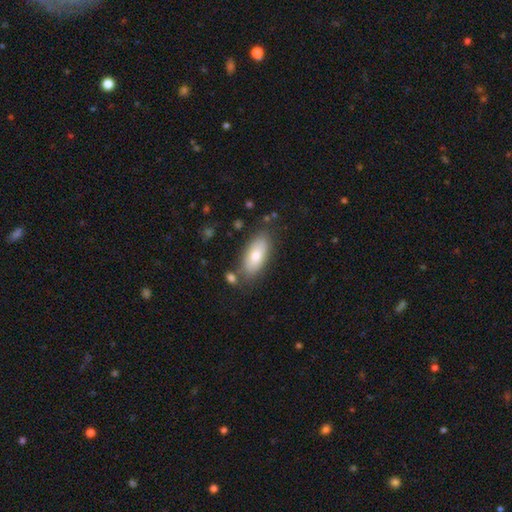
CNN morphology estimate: smooth-or-featured: smooth: 74% | featured or disk: 19% | star or artifact: 7%
  how-rounded: in between: 85% | cigar-shaped: 12% | round: 3%
  merging: none: 77% | minor disturbance: 14% | merger: 6% | major disturbance: 3%